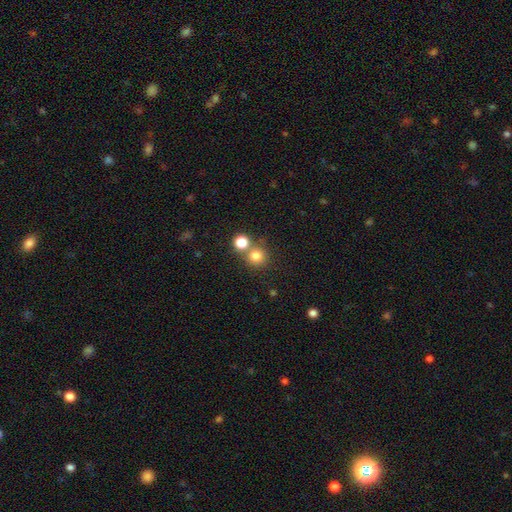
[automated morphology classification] This appears to be a smooth galaxy with no disk features (78%) that is round (92%). Merging: none (64%).